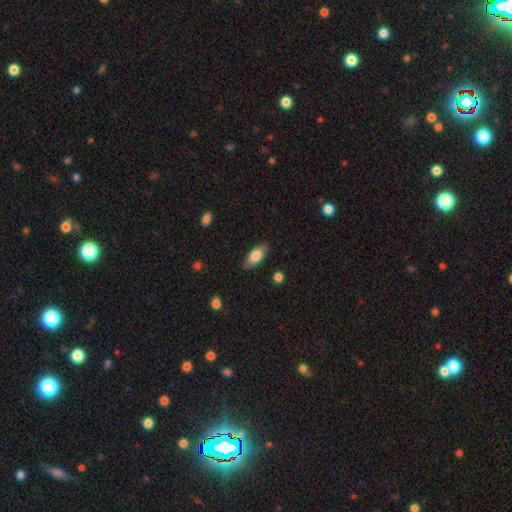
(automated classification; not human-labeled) This is likely a smooth galaxy (80%). How rounded: clearly in between (84%). Merging: clearly none (86%).